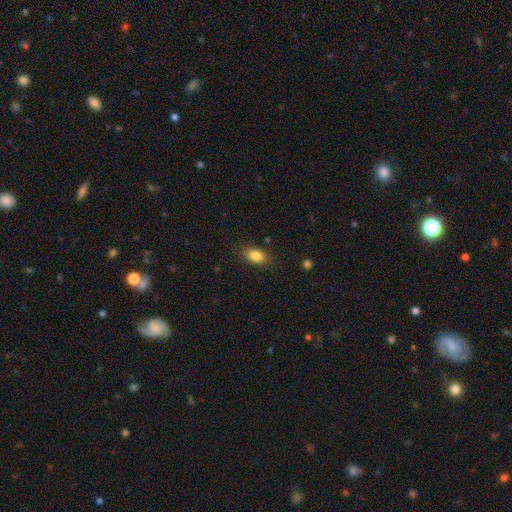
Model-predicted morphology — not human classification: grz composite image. It shows a smooth galaxy with no disk features (85%) that is in between round and cigar-shaped (86%). Merging: none (83%).